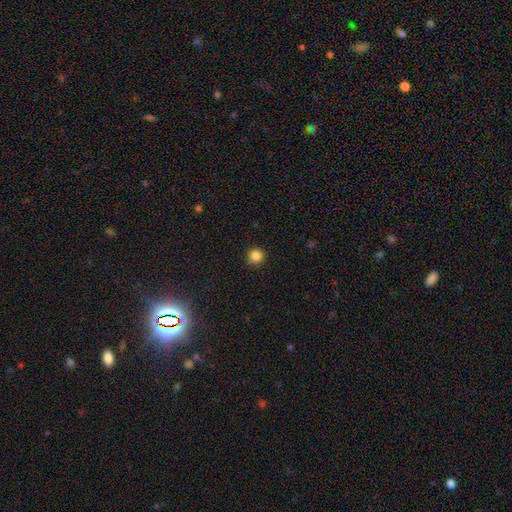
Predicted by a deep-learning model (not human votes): This appears to be a smooth galaxy with no disk features (85%) that is round (95%). Merging: none (92%).